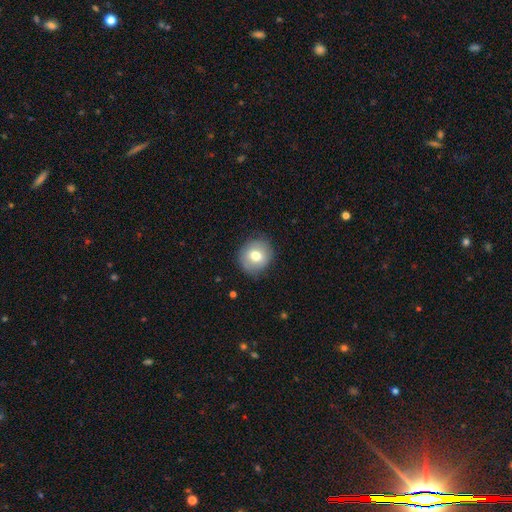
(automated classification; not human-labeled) Smooth or featured?
  - smooth: 72% *
  - featured or disk: 20%
  - star or artifact: 8%
How rounded?
  - round: 88% *
  - in between: 11%
  - cigar-shaped: 1%
Merging?
  - none: 84% *
  - minor disturbance: 12%
  - major disturbance: 3%
  - merger: 1%